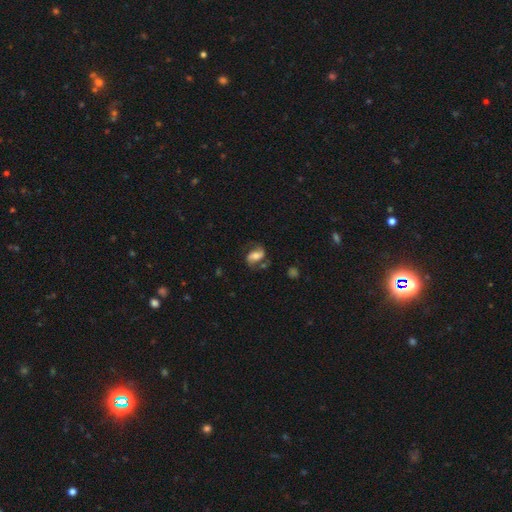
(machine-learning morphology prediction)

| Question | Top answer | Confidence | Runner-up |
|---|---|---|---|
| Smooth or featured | featured or disk | 57% | smooth (35%) |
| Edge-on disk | no | 96% | yes (4%) |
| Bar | no | 37% | weak (35%) |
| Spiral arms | yes | 87% | no (13%) |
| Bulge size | moderate | 49% | small (23%) |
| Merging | none | 60% | minor disturbance (21%) |